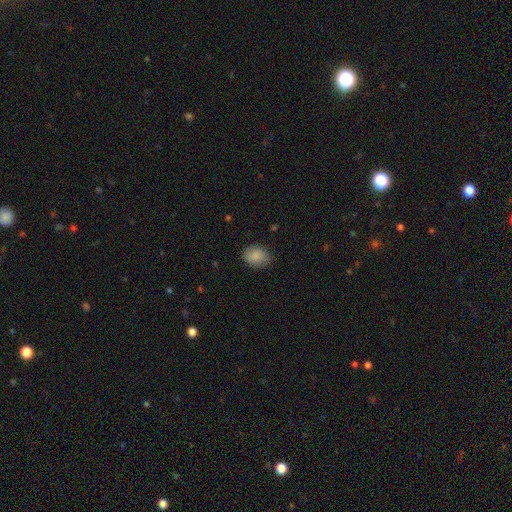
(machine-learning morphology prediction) This is clearly a smooth galaxy (86%). How rounded: possibly in between (57%). Merging: likely none (78%).